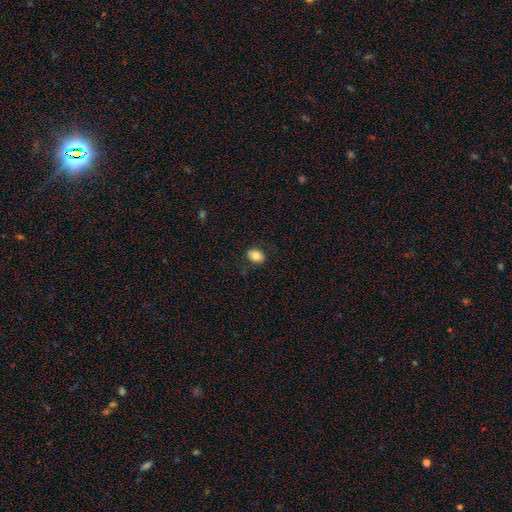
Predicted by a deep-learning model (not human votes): Smooth or featured? Predicted: smooth (p=0.82). How rounded? Predicted: in between (p=0.72). Merging? Predicted: none (p=0.87).